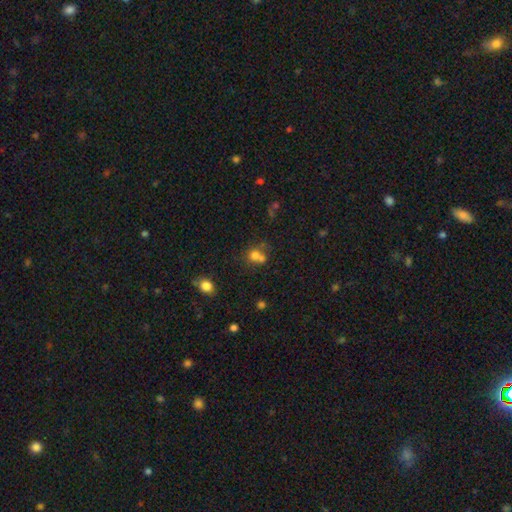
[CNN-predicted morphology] type=smooth (71%); roundness=round (68%); merging=merger (50%).